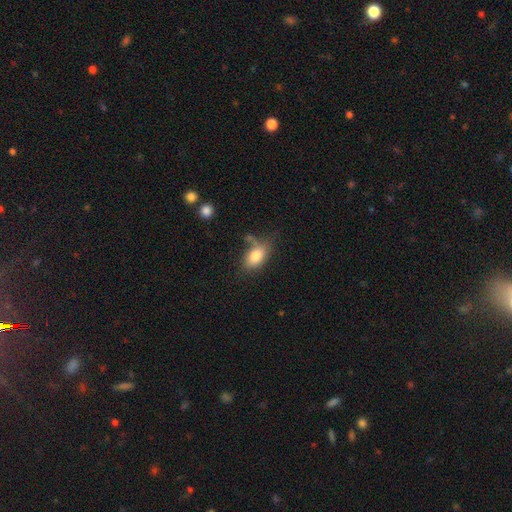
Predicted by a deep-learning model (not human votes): Smooth or featured?
  - smooth: 81% *
  - featured or disk: 11%
  - star or artifact: 8%
How rounded?
  - in between: 89% *
  - round: 8%
  - cigar-shaped: 3%
Merging?
  - none: 57% *
  - minor disturbance: 24%
  - merger: 10%
  - major disturbance: 9%